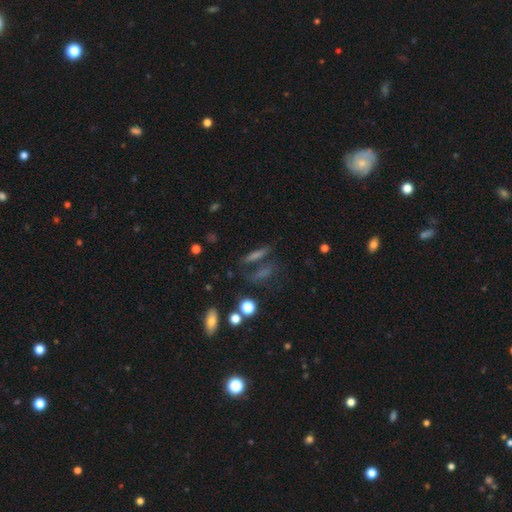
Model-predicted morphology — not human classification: smooth 50%, featured or disk 29%, star or artifact 22%. Down the decision tree: merging — none (61%).